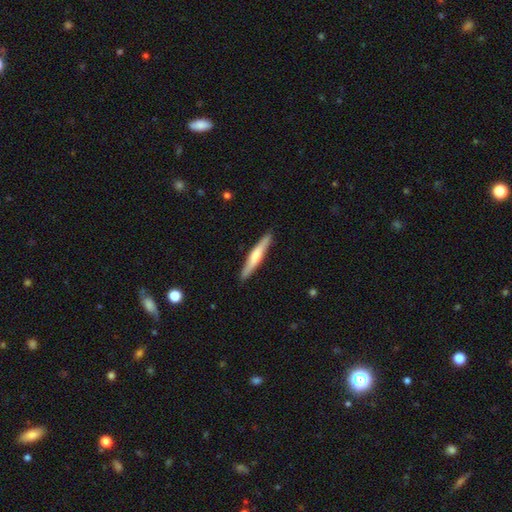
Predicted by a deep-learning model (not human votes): smooth 55%, featured or disk 40%, star or artifact 5%. Down the decision tree: how rounded — cigar-shaped (93%); merging — none (90%).